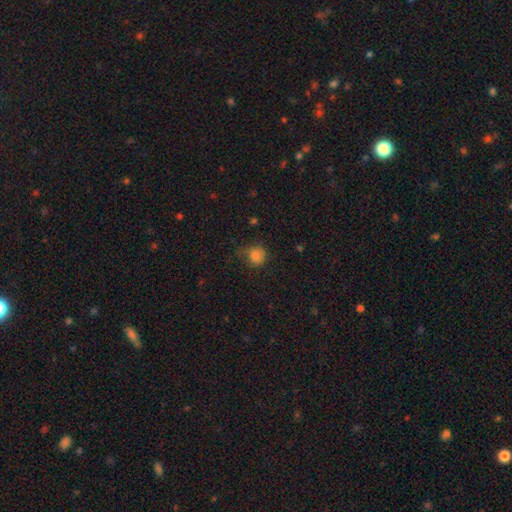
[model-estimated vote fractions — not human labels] Q: Smooth or featured?
A: smooth (80%); runner-up: star or artifact (12%)
Q: How rounded?
A: round (79%); runner-up: in between (20%)
Q: Merging?
A: none (57%); runner-up: minor disturbance (27%)